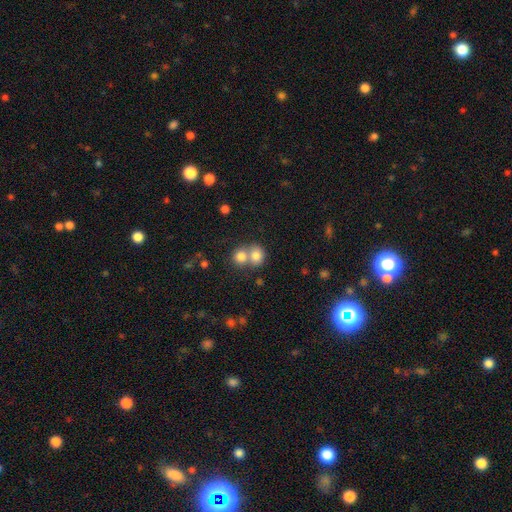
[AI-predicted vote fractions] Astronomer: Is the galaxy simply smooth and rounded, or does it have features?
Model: smooth — 79%.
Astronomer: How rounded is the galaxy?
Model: round — 73%.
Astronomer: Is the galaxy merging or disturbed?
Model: merger — 56% (runner-up: none, 34%).